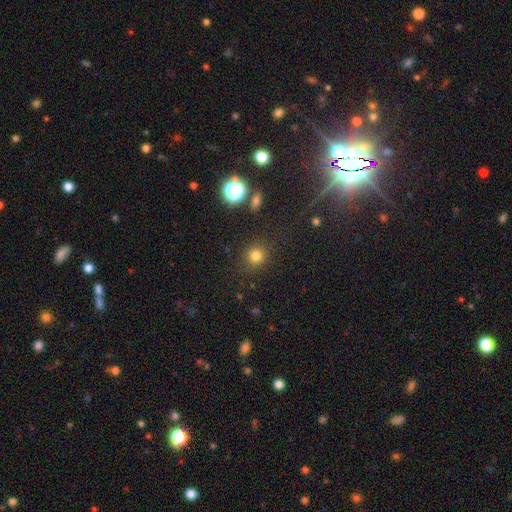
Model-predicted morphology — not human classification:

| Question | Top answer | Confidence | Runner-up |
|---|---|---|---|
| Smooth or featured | smooth | 78% | star or artifact (16%) |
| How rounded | round | 90% | in between (9%) |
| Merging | none | 88% | minor disturbance (7%) |